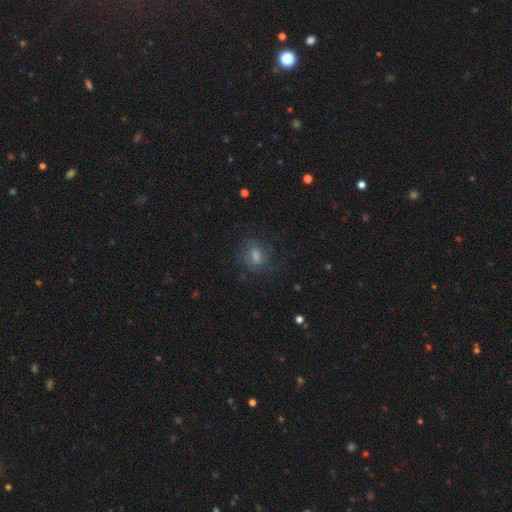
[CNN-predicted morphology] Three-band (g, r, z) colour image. It shows a smooth galaxy with no disk features (53%) that is round (55%). Merging: none (73%).